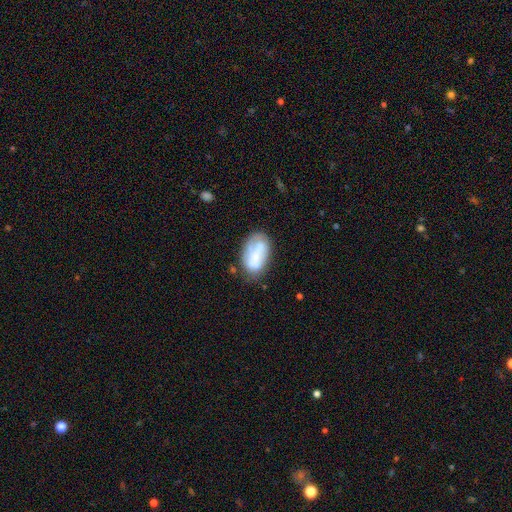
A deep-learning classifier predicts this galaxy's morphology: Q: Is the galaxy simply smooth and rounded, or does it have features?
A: smooth — 61%.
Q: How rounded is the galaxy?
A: in between — 92%.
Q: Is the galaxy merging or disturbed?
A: none — 53%.